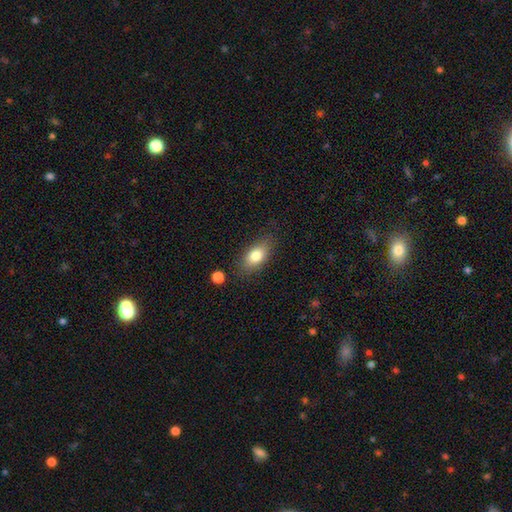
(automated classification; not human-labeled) Smooth or featured? smooth (80%)
How rounded? in between (85%)
Merging? none (78%)